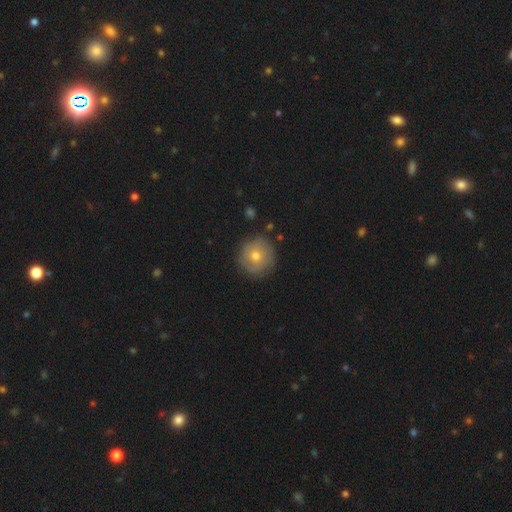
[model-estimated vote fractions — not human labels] smooth 57%, featured or disk 33%, star or artifact 10%. Down the decision tree: how rounded — round (94%); merging — none (85%).